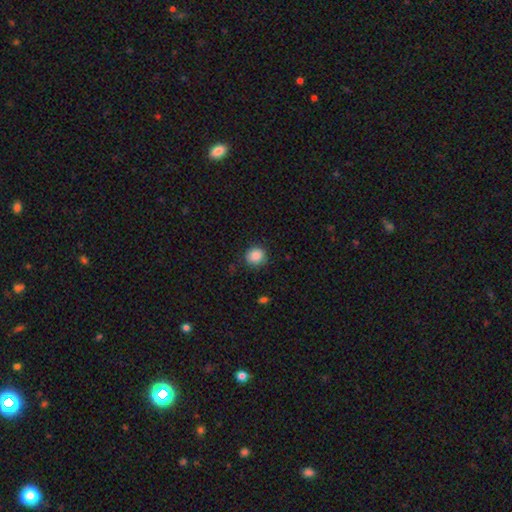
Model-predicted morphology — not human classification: A smooth galaxy with no disk features (87%) that is round (86%).

Vote fractions:
- Smooth or featured? smooth: 87% / star or artifact: 9% / featured or disk: 4%
- How rounded? round: 86% / in between: 13% / cigar-shaped: 1%
- Merging? none: 83% / minor disturbance: 13% / major disturbance: 3% / merger: 1%